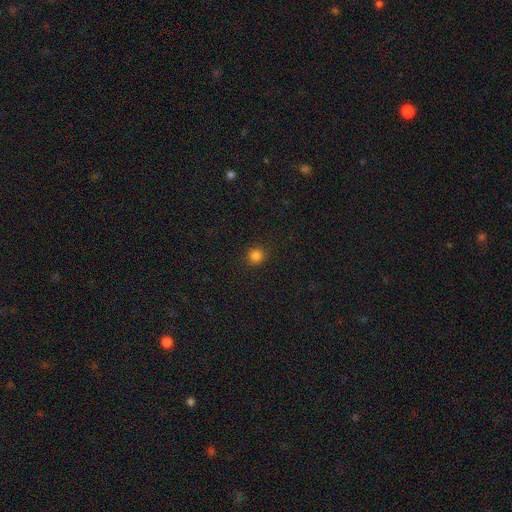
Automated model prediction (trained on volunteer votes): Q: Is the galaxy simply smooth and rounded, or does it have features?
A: smooth — 83%.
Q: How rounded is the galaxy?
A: round — 94%.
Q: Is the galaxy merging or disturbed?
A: none — 91%.